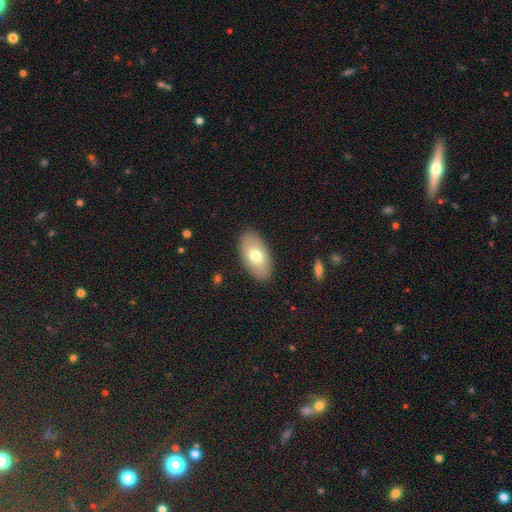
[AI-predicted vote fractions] This is likely a smooth galaxy (72%). How rounded: clearly in between (94%). Merging: clearly none (88%).